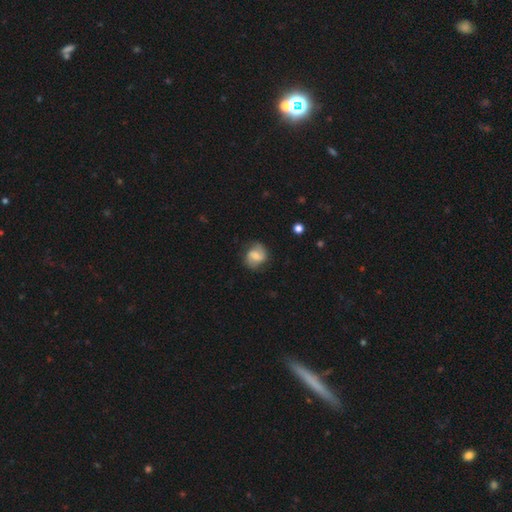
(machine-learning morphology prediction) Smooth or featured? featured or disk (64%)
Edge-on disk? no (98%)
Bar? weak (51%)
Spiral arms? yes (92%)
Spiral winding? medium (46%)
Spiral arm count? 2 (87%)
Bulge size? small (36%)
Merging? none (76%)